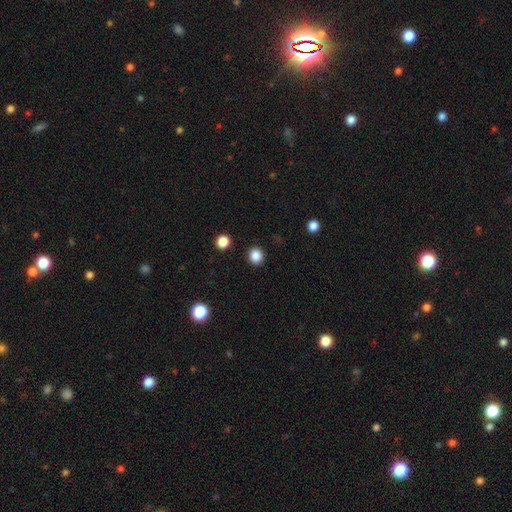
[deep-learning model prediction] Morphology: type=smooth (86%); roundness=round (91%); merging=none (92%).